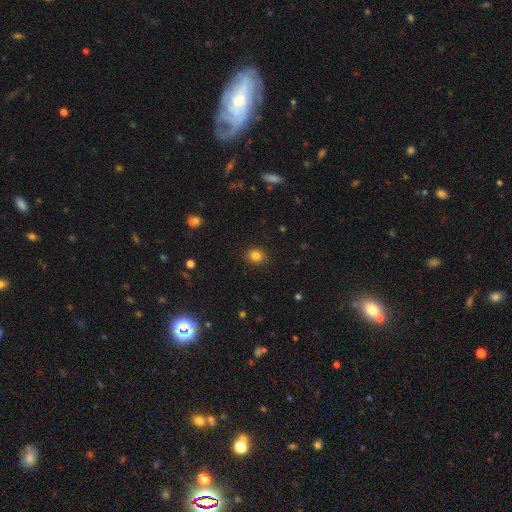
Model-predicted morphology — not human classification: The model was most divided on "how rounded": round: 79%, in between: 20%, cigar-shaped: 1%. More confident: merging — none (90%); smooth or featured — smooth (83%).